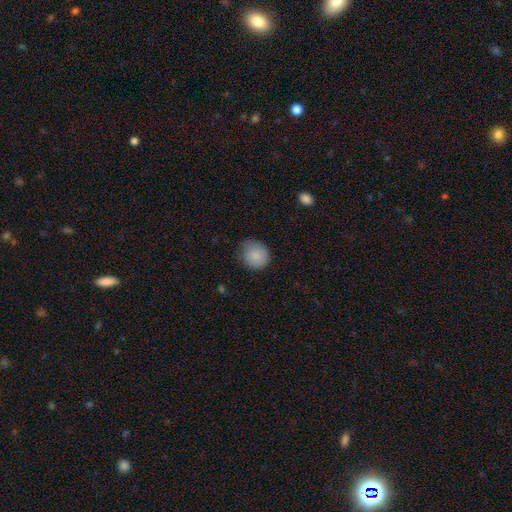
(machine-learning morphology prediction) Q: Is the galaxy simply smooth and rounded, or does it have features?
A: smooth — 86%.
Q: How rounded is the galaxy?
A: round — 84%.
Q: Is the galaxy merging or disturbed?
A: none — 66%.